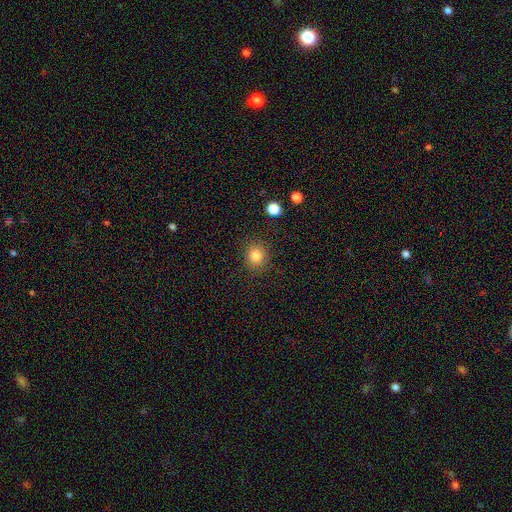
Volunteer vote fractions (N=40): smooth-or-featured: smooth: 85% | star or artifact: 12% | featured or disk: 2%
  how-rounded: round: 85% | in between: 15% | cigar-shaped: 0%
  merging: none: 83% | minor disturbance: 17% | major disturbance: 0% | merger: 0%